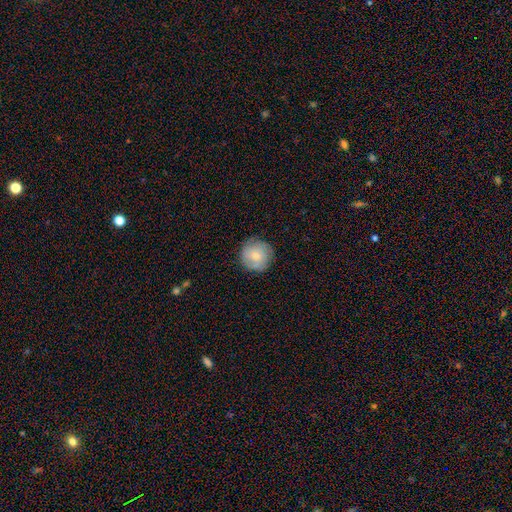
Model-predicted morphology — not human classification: type=smooth (67%); roundness=round (95%); merging=none (84%).